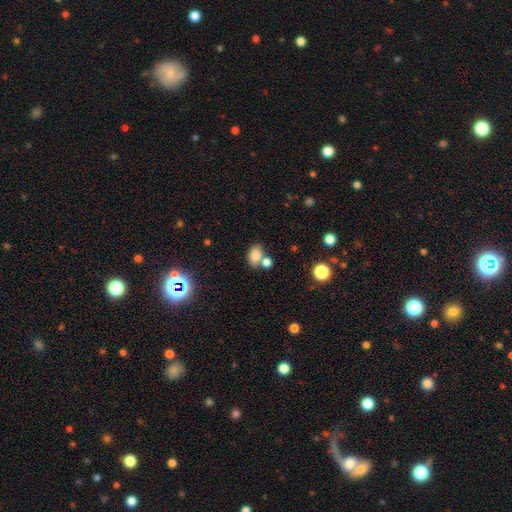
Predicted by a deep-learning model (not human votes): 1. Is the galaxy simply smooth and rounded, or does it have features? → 80% smooth, 12% star or artifact, 8% featured or disk.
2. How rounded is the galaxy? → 78% in between, 21% round, 1% cigar-shaped.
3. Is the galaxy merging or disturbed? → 54% none, 30% merger, 12% minor disturbance, 4% major disturbance.